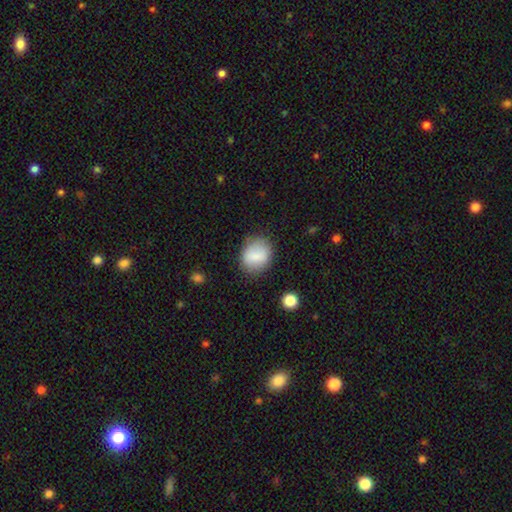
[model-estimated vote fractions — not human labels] Overall: smooth (79%). How rounded: round (56%; in between 43%). Merging: none (76%).